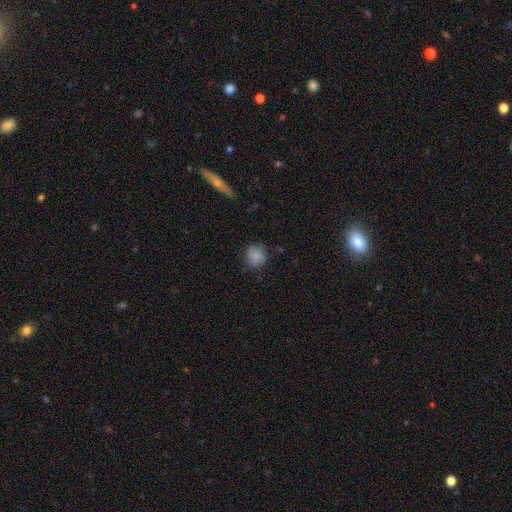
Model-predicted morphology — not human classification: smooth_or_featured: smooth (p=0.81) [alt: featured or disk p=0.10]
how_rounded: round (p=0.83) [alt: in between p=0.16]
merging: none (p=0.74) [alt: minor disturbance p=0.20]